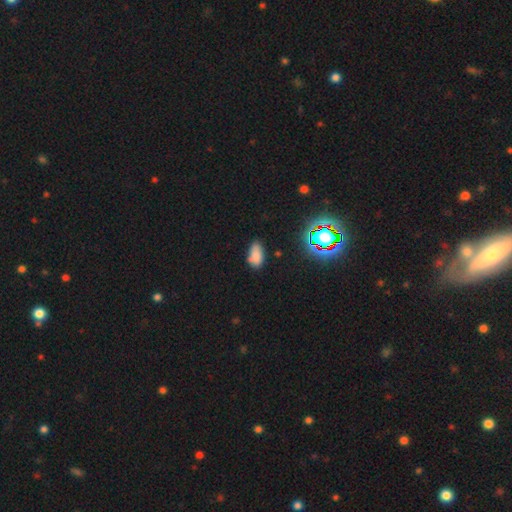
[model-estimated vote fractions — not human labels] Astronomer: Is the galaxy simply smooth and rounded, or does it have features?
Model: smooth — 78%.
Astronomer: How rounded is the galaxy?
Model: in between — 91%.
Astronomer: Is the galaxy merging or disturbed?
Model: none — 67%.